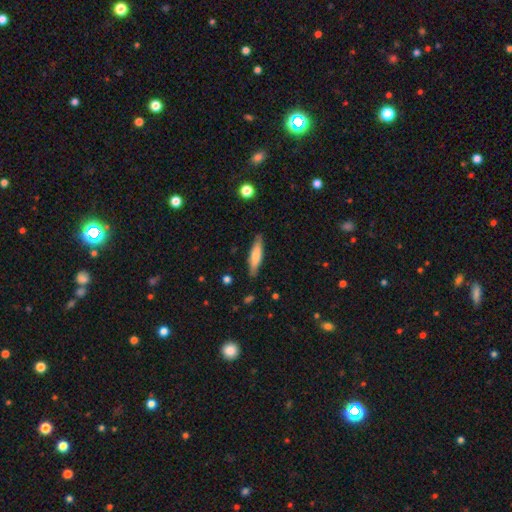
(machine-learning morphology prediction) Smooth or featured? Predicted: smooth (p=0.69). How rounded? Predicted: cigar-shaped (p=0.78). Merging? Predicted: none (p=0.86).